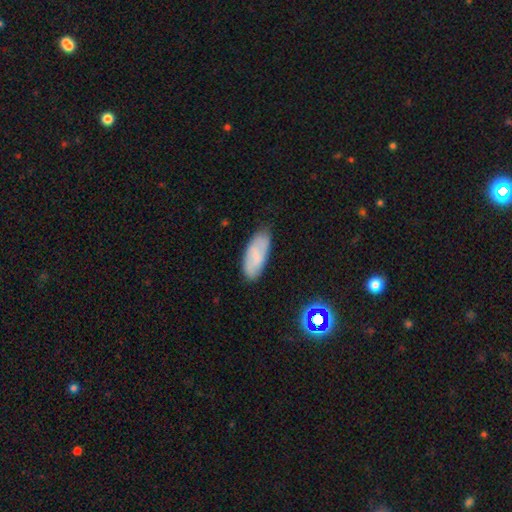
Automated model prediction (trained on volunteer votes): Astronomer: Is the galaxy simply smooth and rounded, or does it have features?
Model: smooth — 68%.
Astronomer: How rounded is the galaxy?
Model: in between — 81%.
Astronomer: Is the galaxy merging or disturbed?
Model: none — 78%.